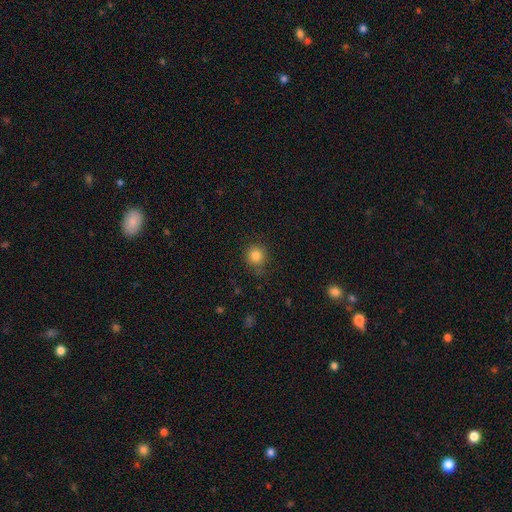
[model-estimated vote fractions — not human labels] Morphology: type=smooth (84%); roundness=round (91%); merging=none (83%).